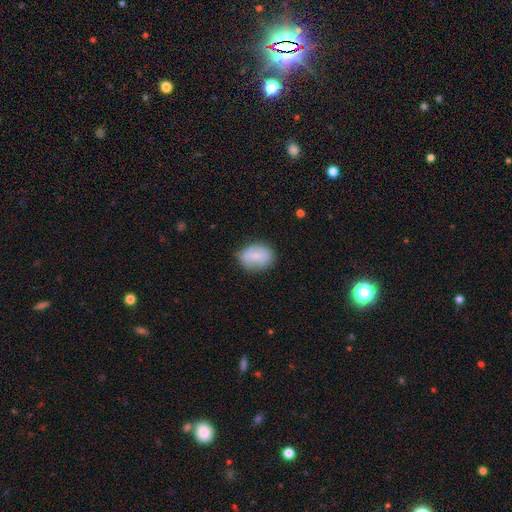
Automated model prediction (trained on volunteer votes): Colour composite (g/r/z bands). It shows a smooth galaxy with no disk features (73%) that is in between round and cigar-shaped (63%). Merging: none (72%).